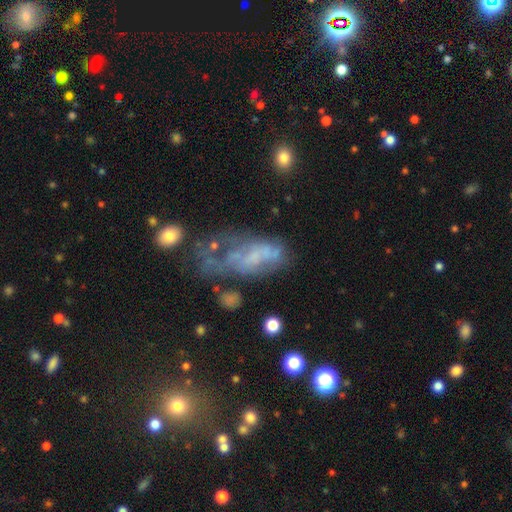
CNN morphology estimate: Overall: featured or disk (53%; smooth 32%). Edge-on disk: no (92%). Merging: major disturbance (36%; none 26%).